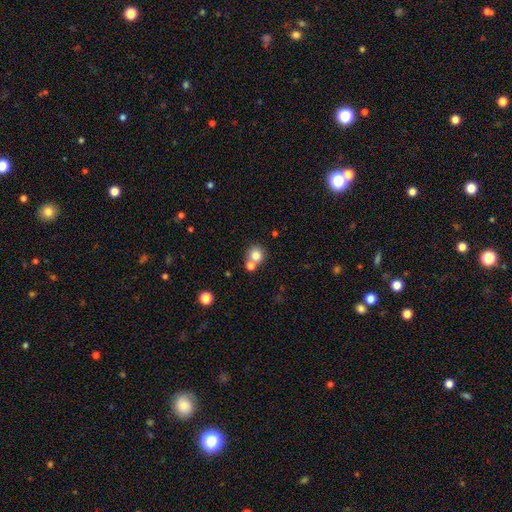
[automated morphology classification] smooth_or_featured: smooth (p=0.80) [alt: star or artifact p=0.11]
how_rounded: round (p=0.89) [alt: in between p=0.10]
merging: none (p=0.56) [alt: merger p=0.34]